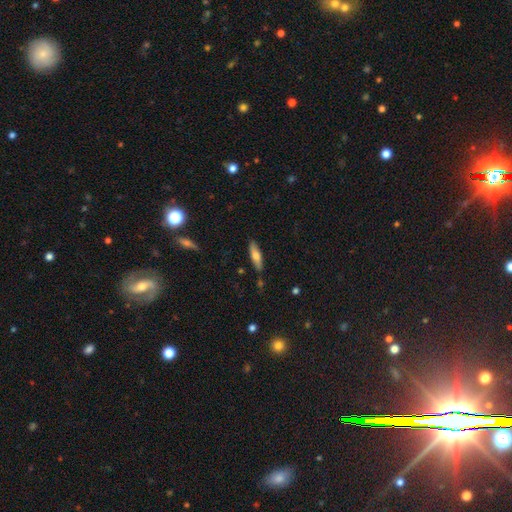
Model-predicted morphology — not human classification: A smooth galaxy with no disk features (61%) that is cigar-shaped (63%).

Vote fractions:
- Smooth or featured? smooth: 61% / featured or disk: 33% / star or artifact: 7%
- How rounded? cigar-shaped: 63% / in between: 35% / round: 2%
- Merging? none: 84% / minor disturbance: 12% / merger: 2% / major disturbance: 2%